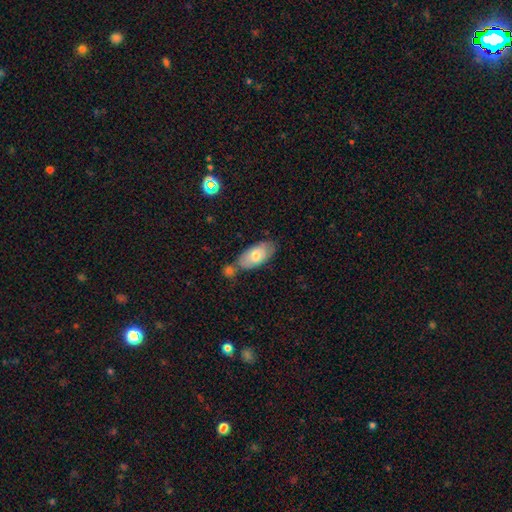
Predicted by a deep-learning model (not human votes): Smooth or featured? Predicted: smooth (p=0.70). How rounded? Predicted: in between (p=0.90). Merging? Predicted: none (p=0.59).